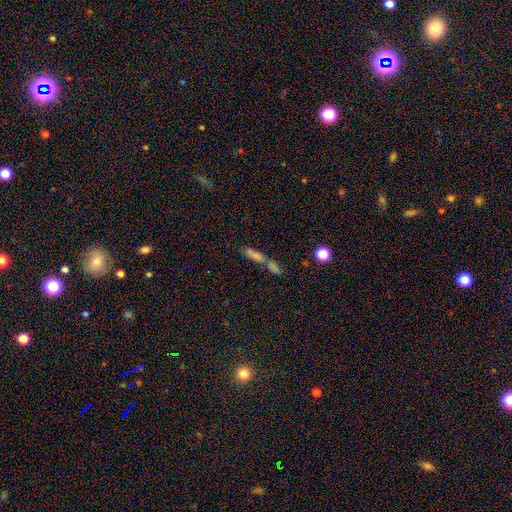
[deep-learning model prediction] Smooth or featured?
  - smooth: 53% *
  - star or artifact: 24%
  - featured or disk: 23%
How rounded?
  - cigar-shaped: 60% *
  - in between: 32%
  - round: 8%
Merging?
  - merger: 48% *
  - none: 37%
  - minor disturbance: 9%
  - major disturbance: 6%